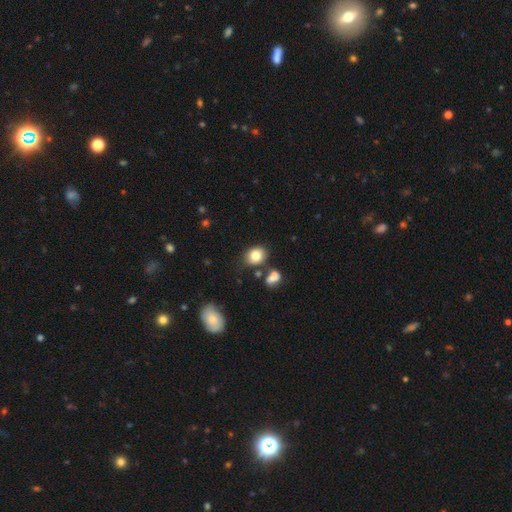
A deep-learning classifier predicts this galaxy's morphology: A smooth galaxy with no disk features (81%) that is in between round and cigar-shaped (56%). Merging: none (71%).